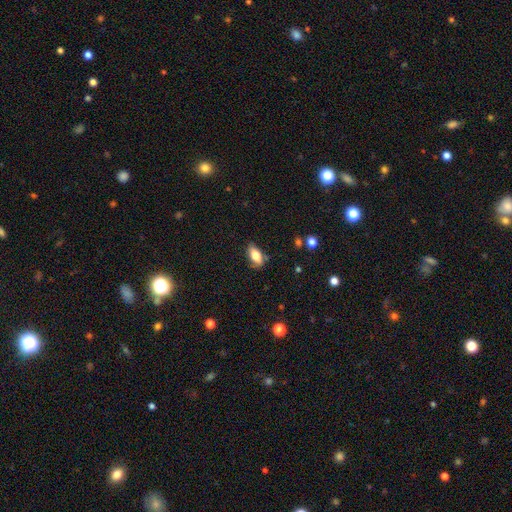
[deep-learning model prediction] This appears to be a smooth galaxy with no disk features (77%) that is in between round and cigar-shaped (89%). Merging: none (69%).